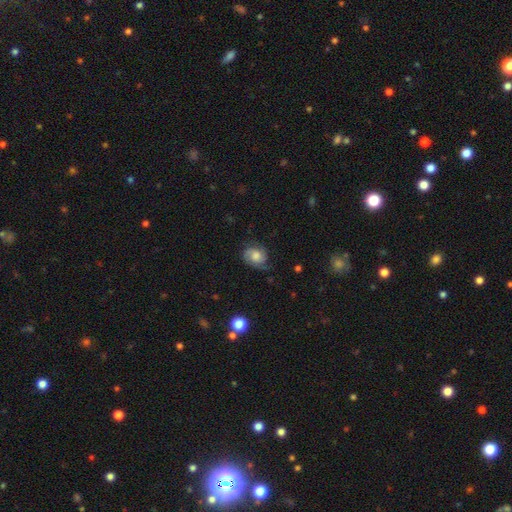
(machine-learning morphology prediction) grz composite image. It shows a featured or disk galaxy (53%) with no bar (72%), spiral arms (89%) and a moderate central bulge (47%). Merging: none (64%).